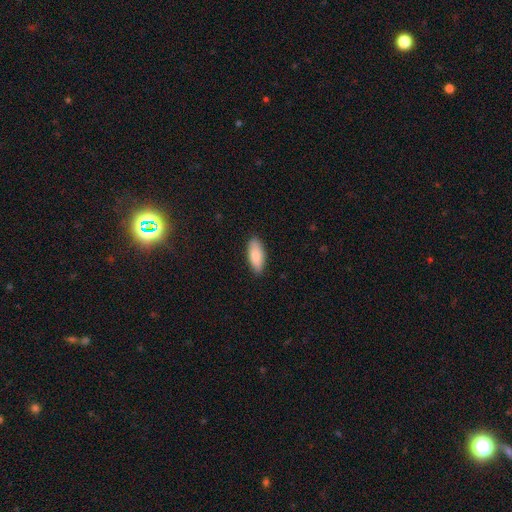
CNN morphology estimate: Smooth or featured? smooth (85%)
How rounded? in between (83%)
Merging? none (87%)